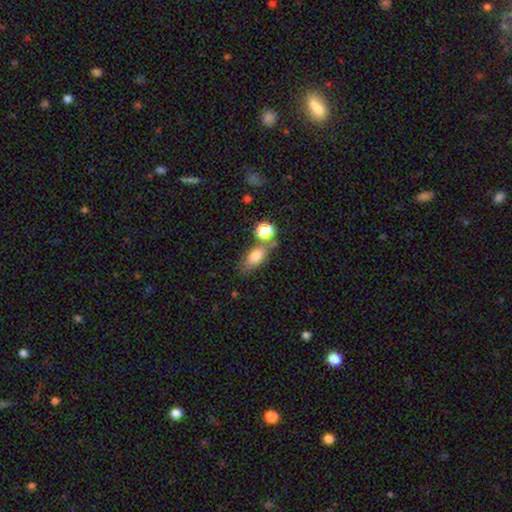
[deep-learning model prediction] Smooth or featured? Predicted: smooth (p=0.76). How rounded? Predicted: in between (p=0.77). Merging? Predicted: none (p=0.54).